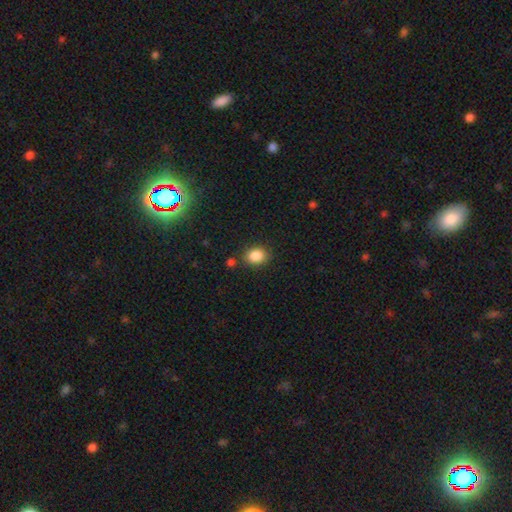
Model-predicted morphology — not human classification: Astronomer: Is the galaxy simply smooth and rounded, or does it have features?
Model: smooth — 87%.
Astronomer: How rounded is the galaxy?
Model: in between — 58% (runner-up: round, 41%).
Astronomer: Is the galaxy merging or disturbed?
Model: none — 80%.